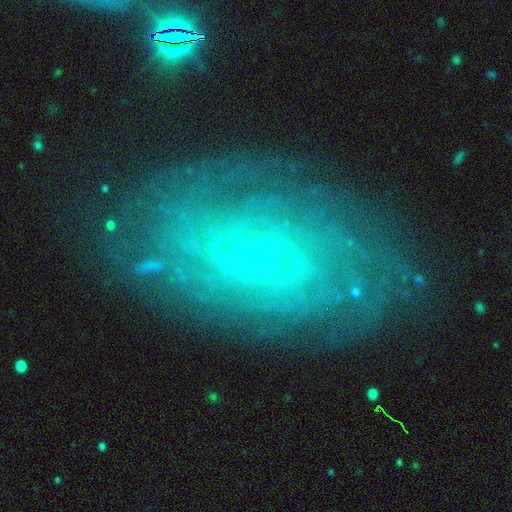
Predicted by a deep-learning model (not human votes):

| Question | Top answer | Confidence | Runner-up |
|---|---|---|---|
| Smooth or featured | featured or disk | 84% | smooth (8%) |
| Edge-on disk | no | 96% | yes (4%) |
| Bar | no | 61% | weak (31%) |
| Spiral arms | yes | 95% | no (5%) |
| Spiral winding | tight | 78% | medium (18%) |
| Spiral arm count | can't tell | 39% | 2 (15%) |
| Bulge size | small | 89% | moderate (6%) |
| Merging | none | 78% | minor disturbance (15%) |